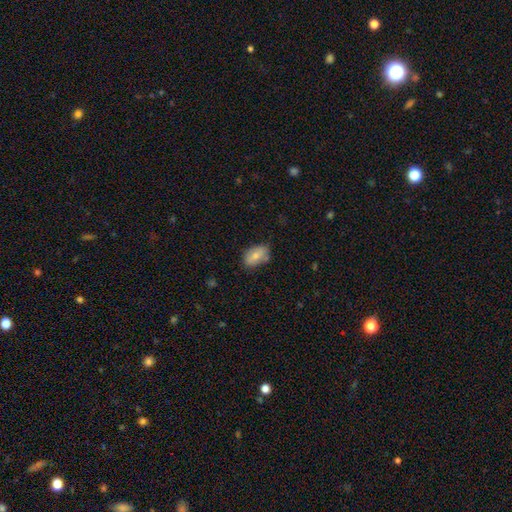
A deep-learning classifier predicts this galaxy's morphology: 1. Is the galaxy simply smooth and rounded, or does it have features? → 75% smooth, 18% featured or disk, 7% star or artifact.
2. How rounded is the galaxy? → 90% in between, 8% round, 2% cigar-shaped.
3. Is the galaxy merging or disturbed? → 71% none, 21% minor disturbance, 4% merger, 4% major disturbance.